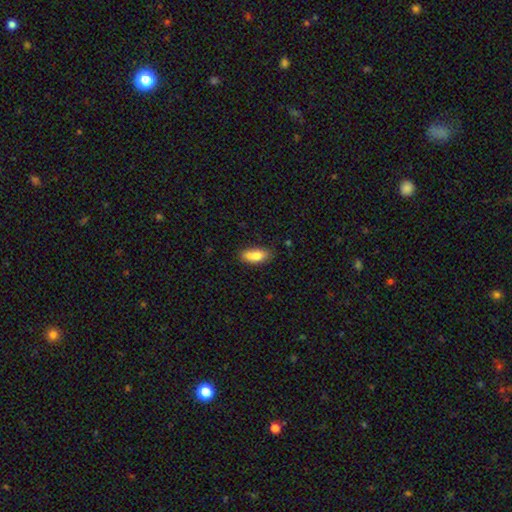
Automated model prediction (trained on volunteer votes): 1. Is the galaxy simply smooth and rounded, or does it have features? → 76% smooth, 16% featured or disk, 8% star or artifact.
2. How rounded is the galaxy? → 80% in between, 16% cigar-shaped, 4% round.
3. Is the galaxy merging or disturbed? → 52% none, 22% merger, 21% minor disturbance, 5% major disturbance.